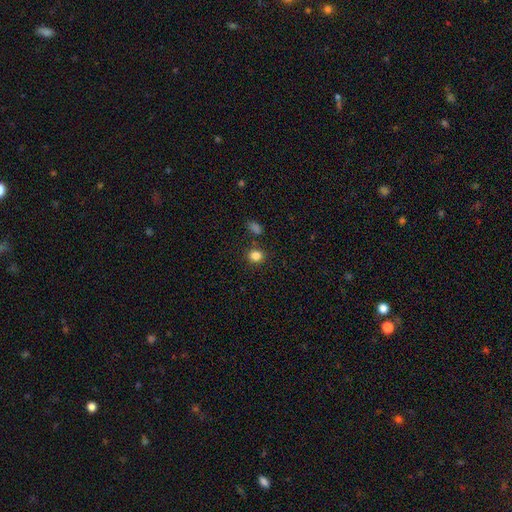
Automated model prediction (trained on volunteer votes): Smooth or featured? Predicted: smooth (p=0.84). How rounded? Predicted: round (p=0.79). Merging? Predicted: none (p=0.84).